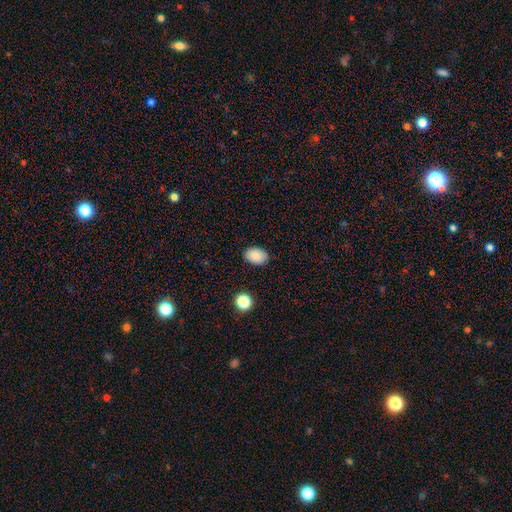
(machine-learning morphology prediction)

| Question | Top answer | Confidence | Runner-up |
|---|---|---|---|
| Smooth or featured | smooth | 88% | star or artifact (8%) |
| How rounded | in between | 82% | round (17%) |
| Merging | none | 87% | minor disturbance (10%) |